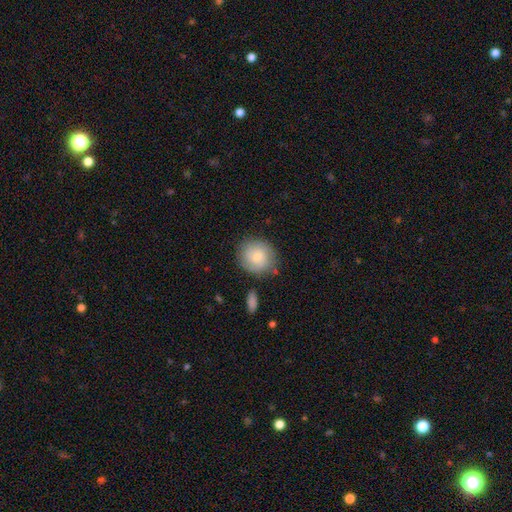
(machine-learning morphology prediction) smooth_or_featured: smooth (p=0.54) [alt: featured or disk p=0.39]
how_rounded: round (p=0.82) [alt: in between p=0.17]
merging: none (p=0.77) [alt: minor disturbance p=0.15]